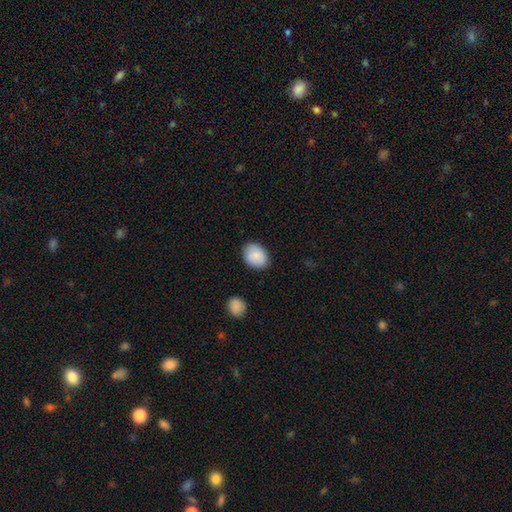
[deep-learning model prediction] smooth_or_featured: smooth (p=0.88) [alt: star or artifact p=0.07]
how_rounded: in between (p=0.70) [alt: round p=0.29]
merging: none (p=0.84) [alt: minor disturbance p=0.12]